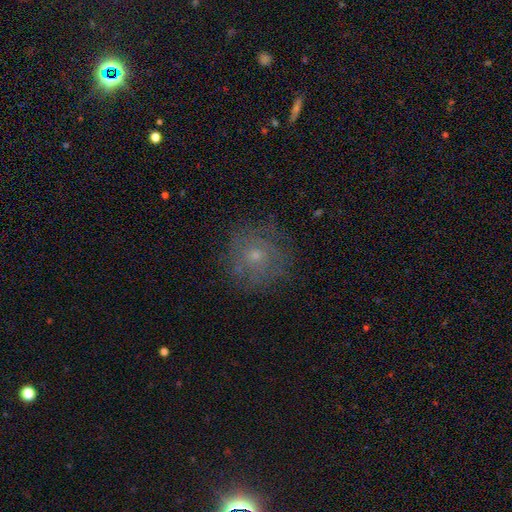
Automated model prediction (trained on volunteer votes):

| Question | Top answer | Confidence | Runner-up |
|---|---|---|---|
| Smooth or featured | smooth | 48% | featured or disk (36%) |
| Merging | none | 76% | minor disturbance (15%) |